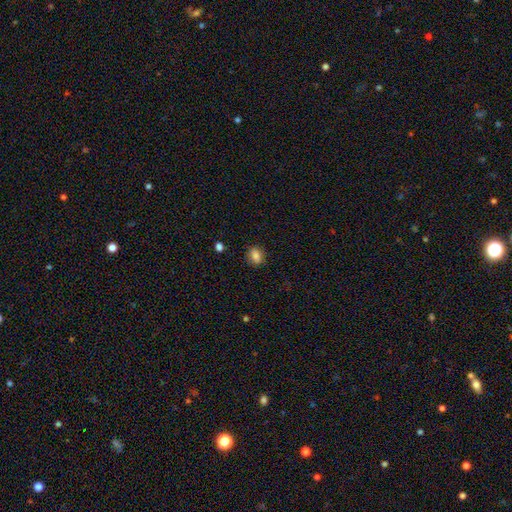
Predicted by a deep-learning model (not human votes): Smooth or featured? smooth (82%)
How rounded? in between (55%)
Merging? none (84%)